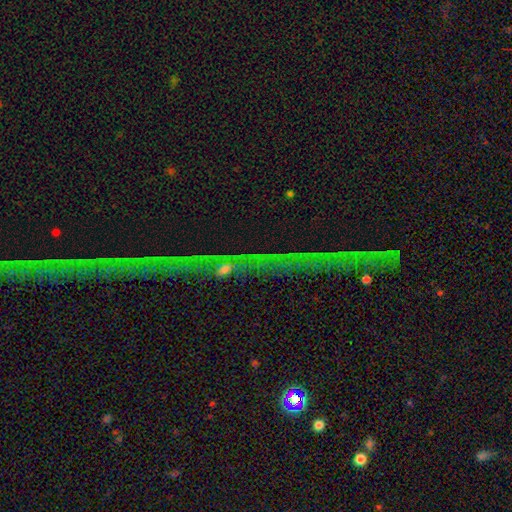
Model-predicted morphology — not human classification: Overall: star or artifact (54%; featured or disk 28%).